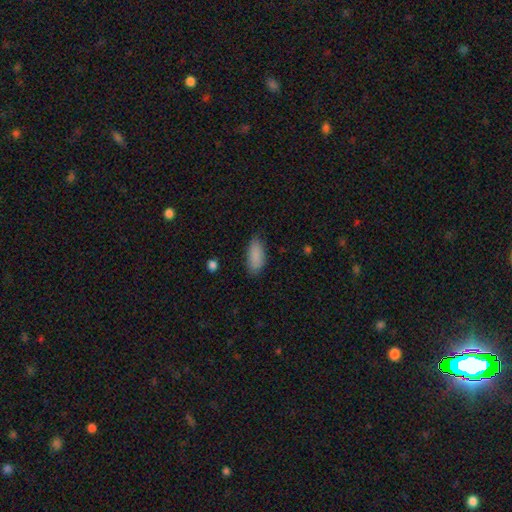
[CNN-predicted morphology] smooth 88%, star or artifact 7%, featured or disk 5%. Down the decision tree: how rounded — in between (85%); merging — none (79%).